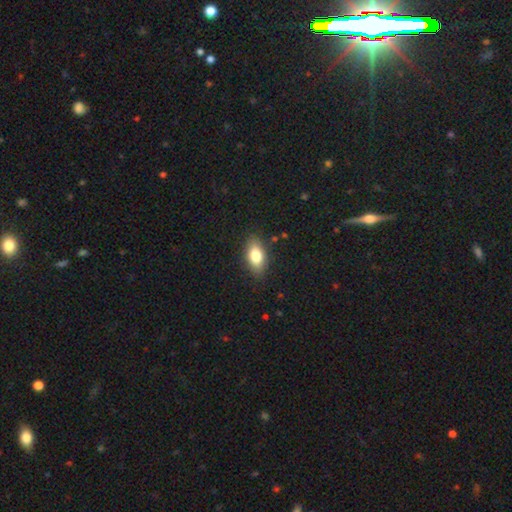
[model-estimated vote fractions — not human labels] A smooth galaxy with no disk features (79%) that is in between round and cigar-shaped (88%).

Vote fractions:
- Smooth or featured? smooth: 79% / featured or disk: 13% / star or artifact: 8%
- How rounded? in between: 88% / cigar-shaped: 7% / round: 6%
- Merging? none: 86% / minor disturbance: 11% / major disturbance: 2% / merger: 1%